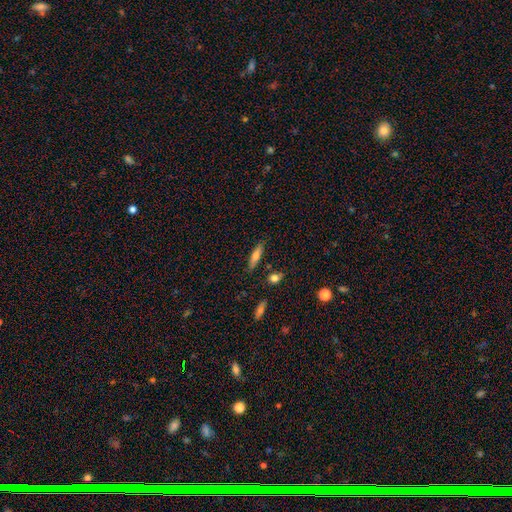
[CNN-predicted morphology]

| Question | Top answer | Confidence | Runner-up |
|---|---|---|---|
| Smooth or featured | smooth | 66% | featured or disk (26%) |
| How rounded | cigar-shaped | 71% | in between (26%) |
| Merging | none | 81% | minor disturbance (13%) |